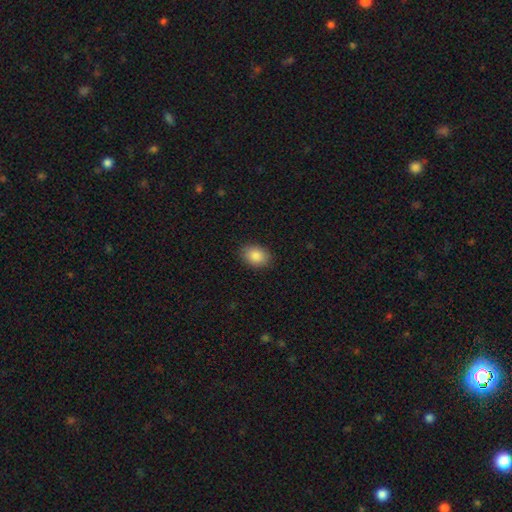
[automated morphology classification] Smooth or featured? smooth (87%)
How rounded? in between (75%)
Merging? none (88%)